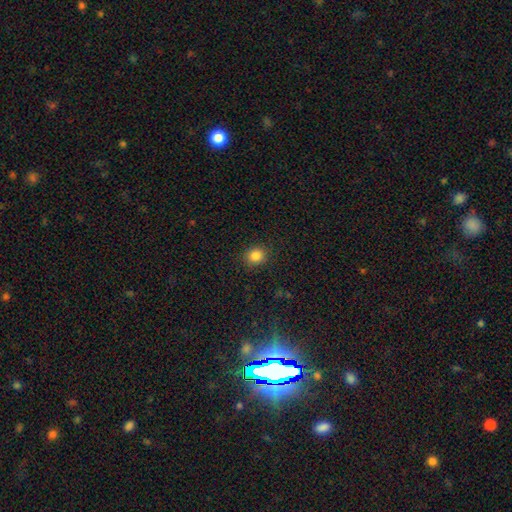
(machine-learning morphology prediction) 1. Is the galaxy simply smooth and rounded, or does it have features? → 84% smooth, 11% star or artifact, 4% featured or disk.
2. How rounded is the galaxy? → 80% round, 19% in between, 1% cigar-shaped.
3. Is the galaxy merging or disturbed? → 90% none, 7% minor disturbance, 2% major disturbance, 1% merger.